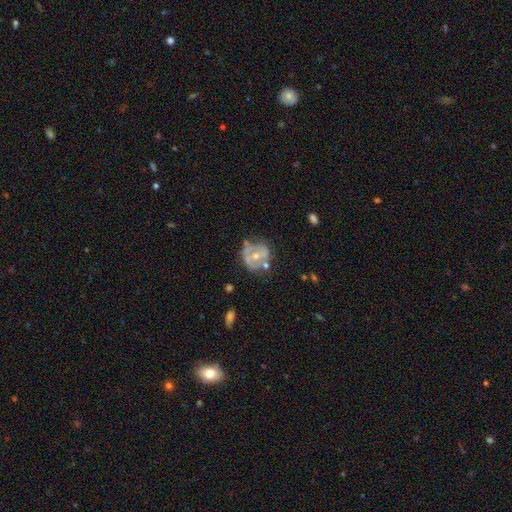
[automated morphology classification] This appears to be a featured or disk galaxy (64%) with no bar (60%), no spiral arms (58%) and a moderate central bulge (65%). Merging: none (49%).